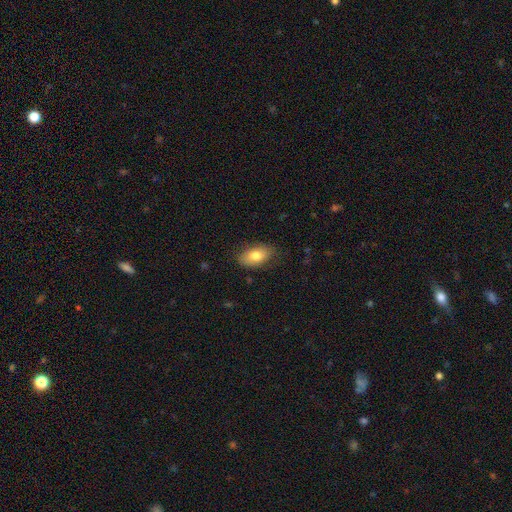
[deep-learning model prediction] The model was most divided on "smooth or featured": smooth: 78%, featured or disk: 15%, star or artifact: 7%. More confident: how rounded — in between (91%); merging — none (80%).